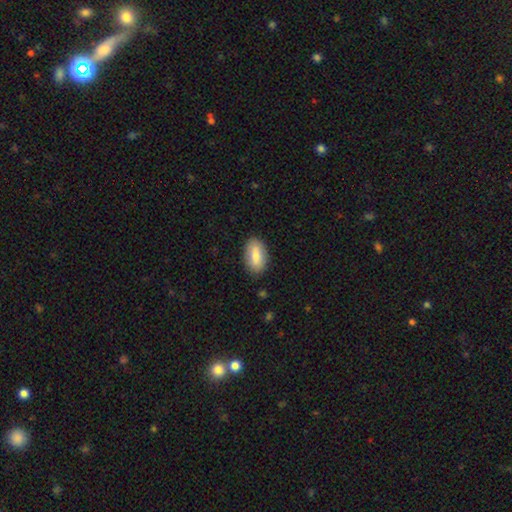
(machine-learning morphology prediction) smooth 79%, featured or disk 14%, star or artifact 6%. Down the decision tree: how rounded — in between (93%); merging — none (86%).